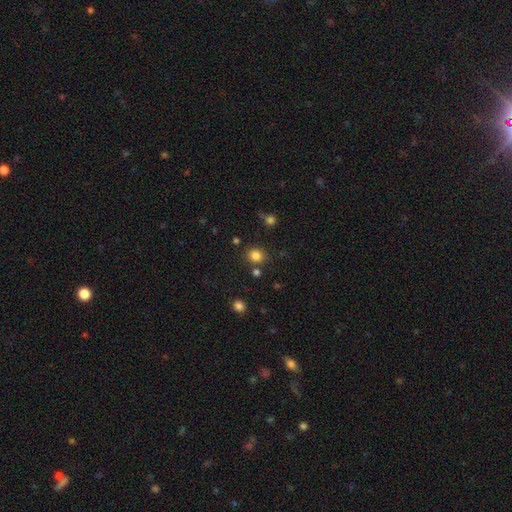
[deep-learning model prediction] smooth 82%, star or artifact 13%, featured or disk 5%. Down the decision tree: how rounded — round (79%); merging — none (80%).